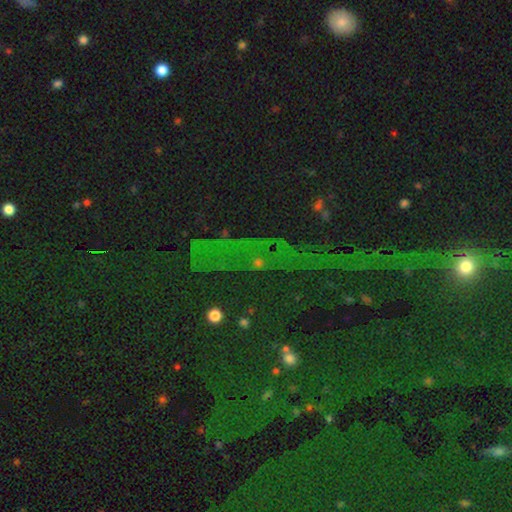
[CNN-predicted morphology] Smooth or featured? Predicted: star or artifact (p=0.81).